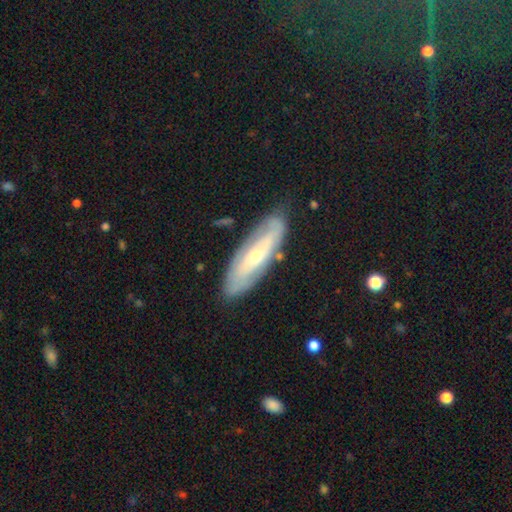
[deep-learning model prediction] Smooth or featured: featured or disk — 65% (smooth — 29%)
Edge-on disk: no — 76% (yes — 24%)
Merging: none — 80% (minor disturbance — 14%)